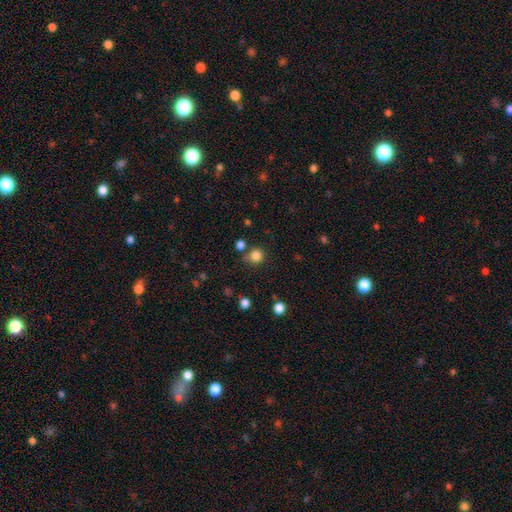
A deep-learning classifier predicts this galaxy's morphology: Overall: smooth (83%). How rounded: round (90%). Merging: none (72%).